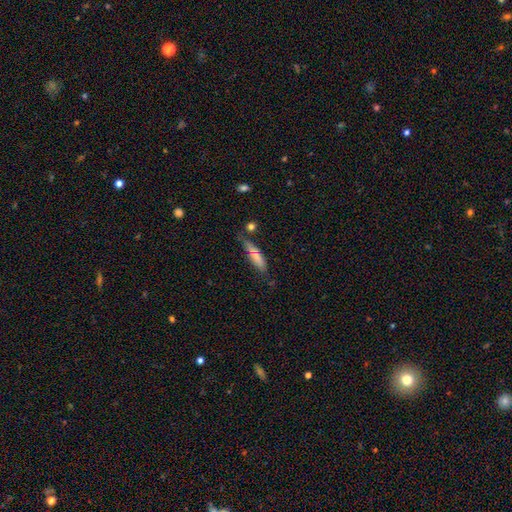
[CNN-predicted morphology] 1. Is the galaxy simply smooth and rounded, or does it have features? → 72% smooth, 21% featured or disk, 8% star or artifact.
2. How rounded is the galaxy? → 68% cigar-shaped, 30% in between, 2% round.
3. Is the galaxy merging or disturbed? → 55% none, 27% minor disturbance, 9% major disturbance, 9% merger.